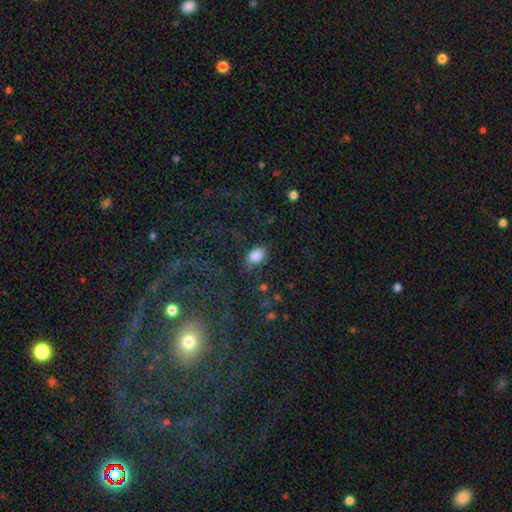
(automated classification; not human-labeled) smooth 83%, star or artifact 10%, featured or disk 7%. Down the decision tree: how rounded — in between (83%); merging — none (66%).